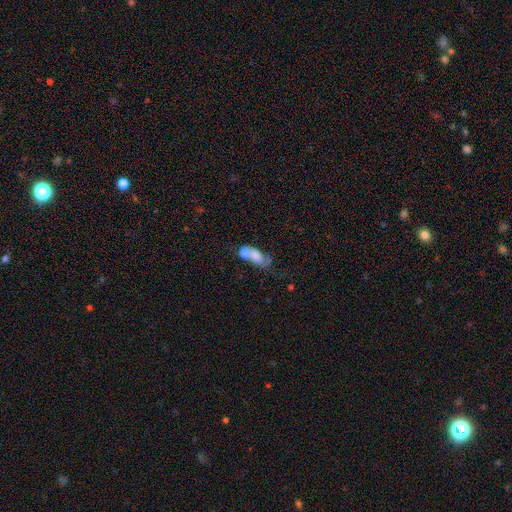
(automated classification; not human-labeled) Smooth or featured? smooth (65%)
How rounded? in between (78%)
Merging? merger (56%)